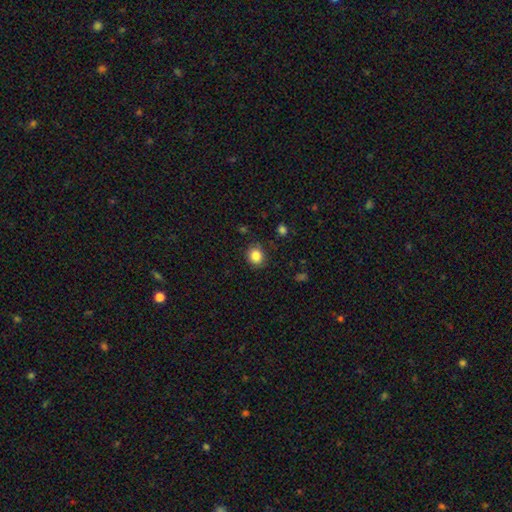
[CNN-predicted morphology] This appears to be a smooth galaxy with no disk features (85%) that is round (79%). Merging: none (85%).